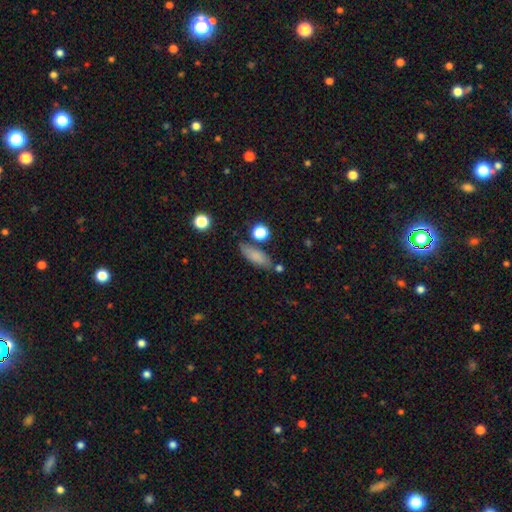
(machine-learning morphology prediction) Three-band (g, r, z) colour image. It shows a smooth galaxy with no disk features (81%) that is in between round and cigar-shaped (63%). Merging: none (73%).